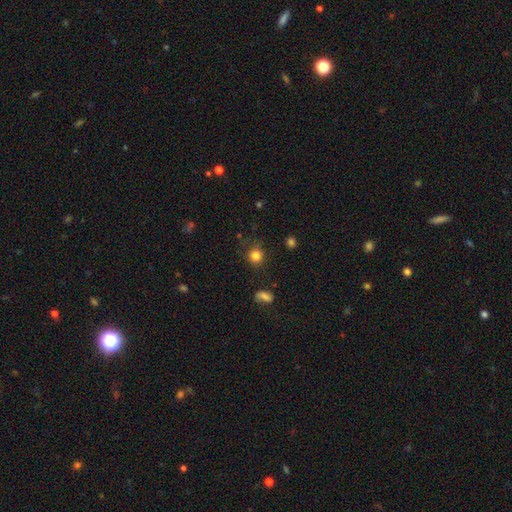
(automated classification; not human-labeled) Smooth or featured? Predicted: smooth (p=0.82). How rounded? Predicted: round (p=0.87). Merging? Predicted: none (p=0.78).